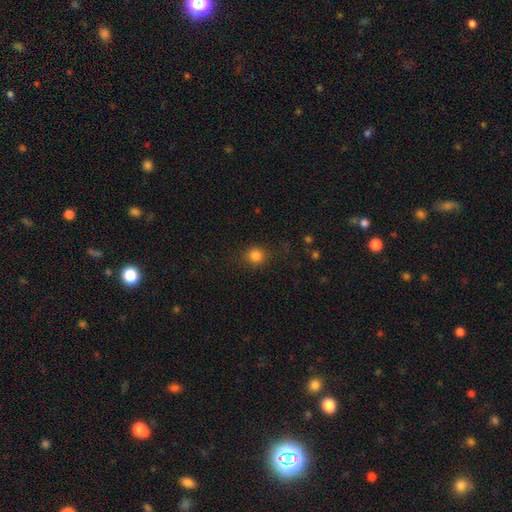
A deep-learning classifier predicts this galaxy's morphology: A smooth galaxy with no disk features (83%) that is round (84%). Merging: none (86%).